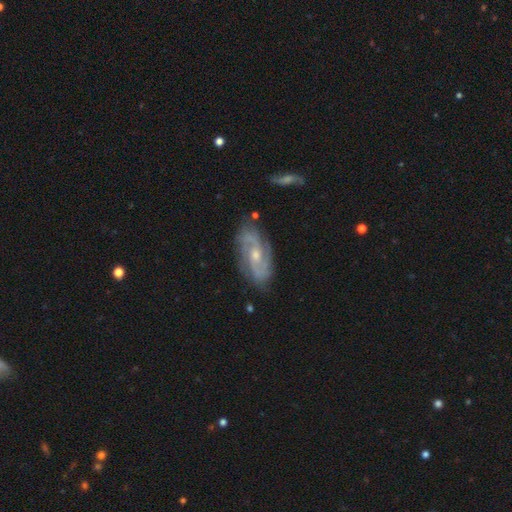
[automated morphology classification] featured or disk 86%, smooth 8%, star or artifact 5%. Down the decision tree: edge-on disk — no (94%); bar — no (53%); spiral arms — yes (96%); spiral arm count — 2 (65%); spiral winding — medium (46%); bulge size — moderate (52%); merging — none (78%).